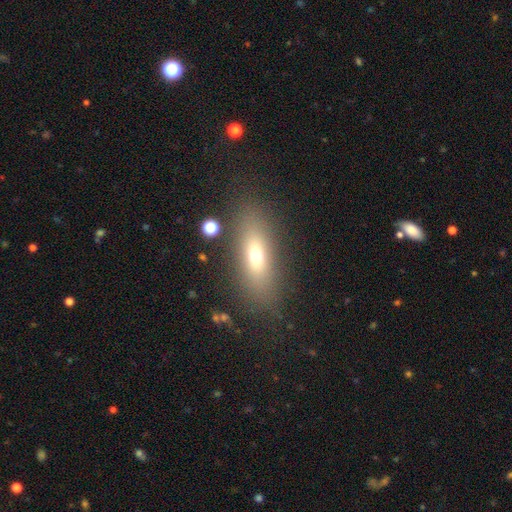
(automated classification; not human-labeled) Q: Smooth or featured?
A: smooth (63%); runner-up: featured or disk (25%)
Q: How rounded?
A: in between (58%); runner-up: cigar-shaped (37%)
Q: Merging?
A: none (82%); runner-up: minor disturbance (10%)